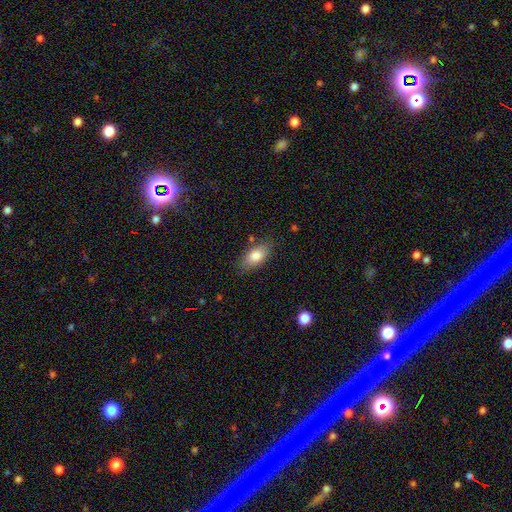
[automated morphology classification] The model was most divided on "merging": none: 80%, minor disturbance: 15%, major disturbance: 3%, merger: 2%. More confident: how rounded — in between (89%); smooth or featured — smooth (81%).